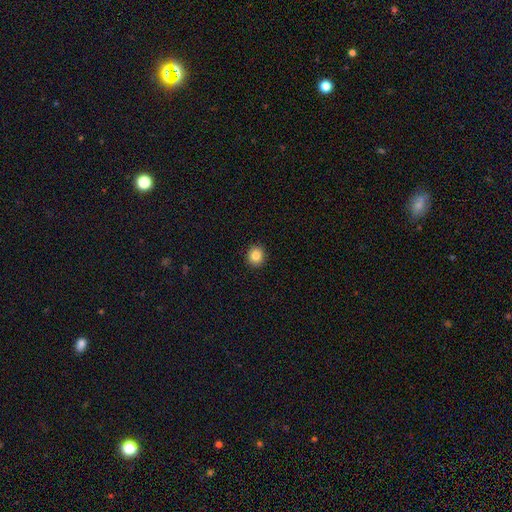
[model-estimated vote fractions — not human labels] Morphology: type=smooth (85%); roundness=round (87%); merging=none (93%).